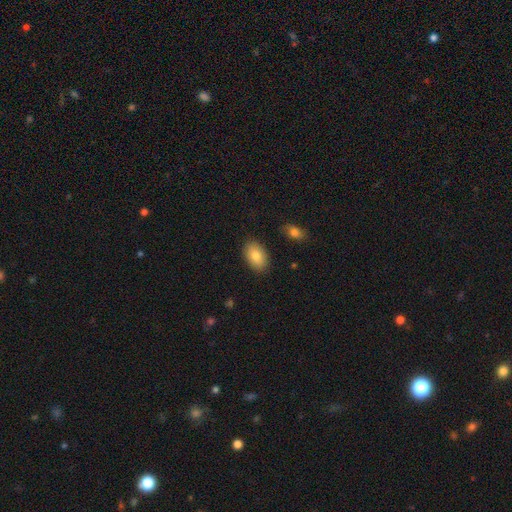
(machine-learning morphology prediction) Smooth or featured? smooth (84%)
How rounded? in between (92%)
Merging? none (87%)